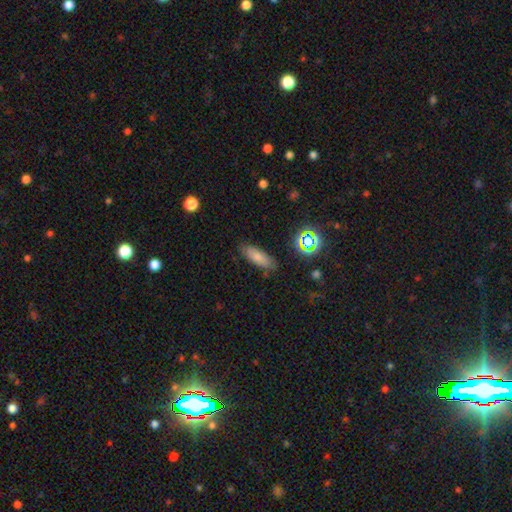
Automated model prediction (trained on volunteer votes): This appears to be a smooth galaxy with no disk features (73%) that is in between round and cigar-shaped (61%). Merging: none (83%).